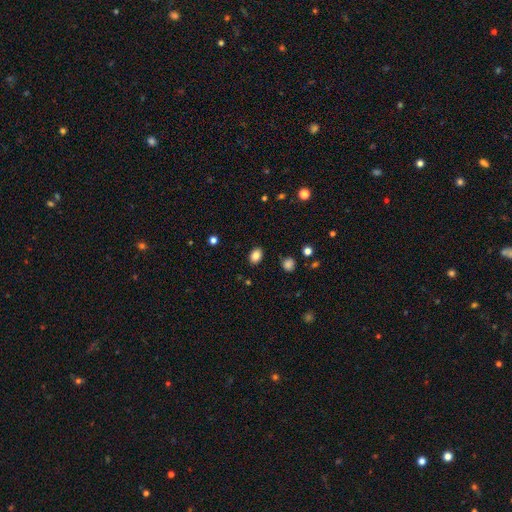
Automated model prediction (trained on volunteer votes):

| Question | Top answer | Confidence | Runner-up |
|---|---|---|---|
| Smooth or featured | smooth | 85% | star or artifact (10%) |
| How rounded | in between | 72% | round (27%) |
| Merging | none | 88% | minor disturbance (8%) |